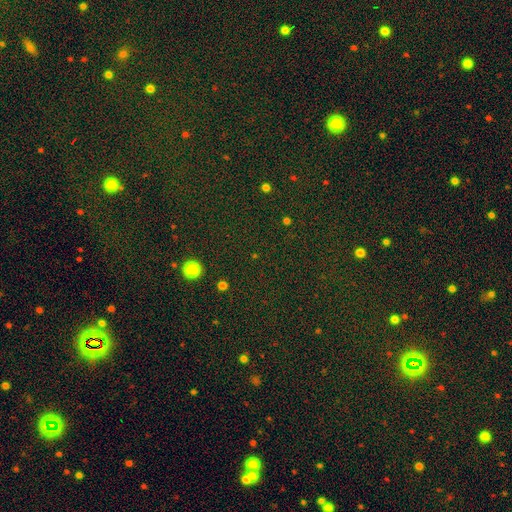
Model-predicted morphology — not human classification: star or artifact 76%, smooth 16%, featured or disk 9%.